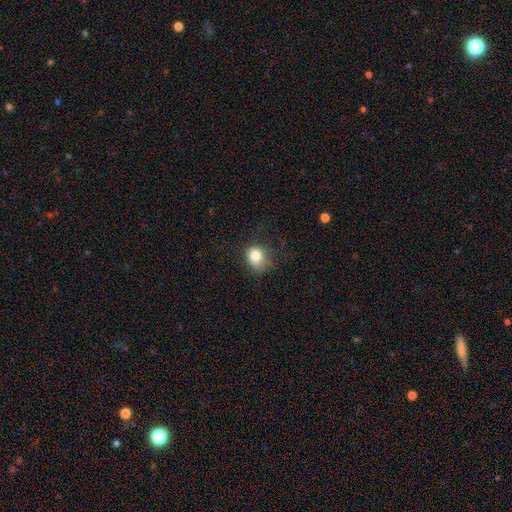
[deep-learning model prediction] smooth-or-featured: smooth: 80% | star or artifact: 11% | featured or disk: 8%
  how-rounded: round: 63% | in between: 36% | cigar-shaped: 1%
  merging: none: 60% | minor disturbance: 27% | major disturbance: 11% | merger: 2%